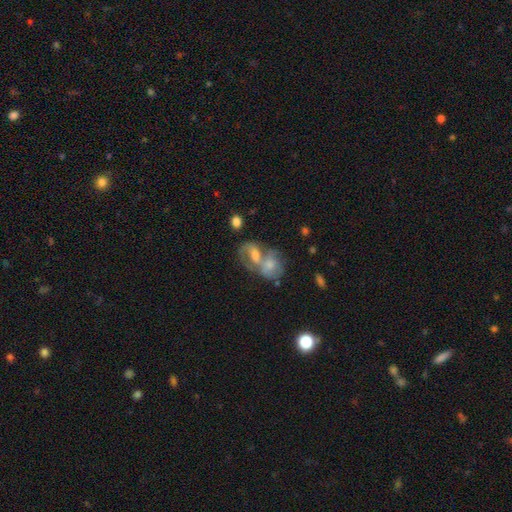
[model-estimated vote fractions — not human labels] Morphology: type=featured or disk (53%); edge-on=no (95%); bar=no (67%); spiral arms=yes (53%); bulge=moderate (45%); merging=merger (58%).